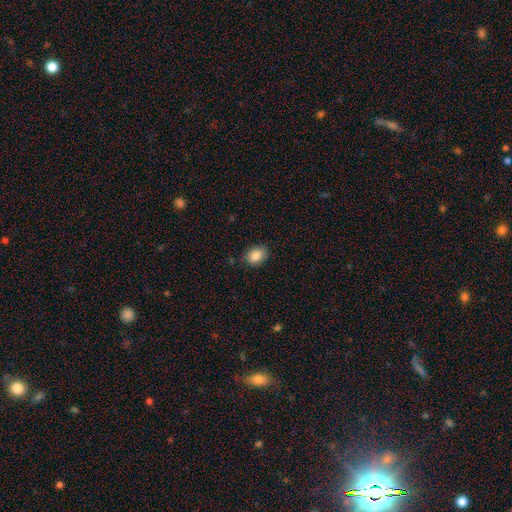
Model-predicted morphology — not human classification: type=smooth (86%); roundness=in between (72%); merging=none (86%).